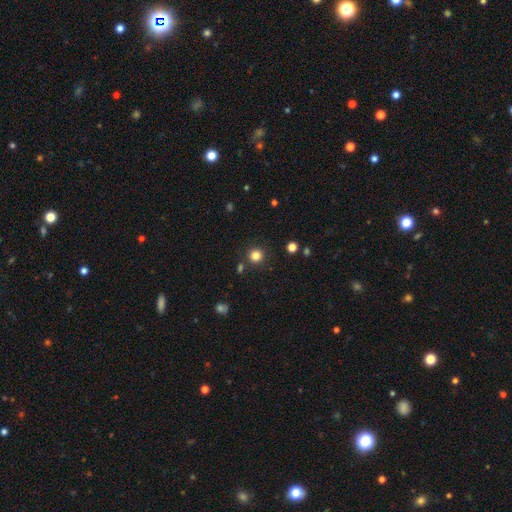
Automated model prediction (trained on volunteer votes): A smooth galaxy with no disk features (82%) that is round (94%). Merging: none (87%).